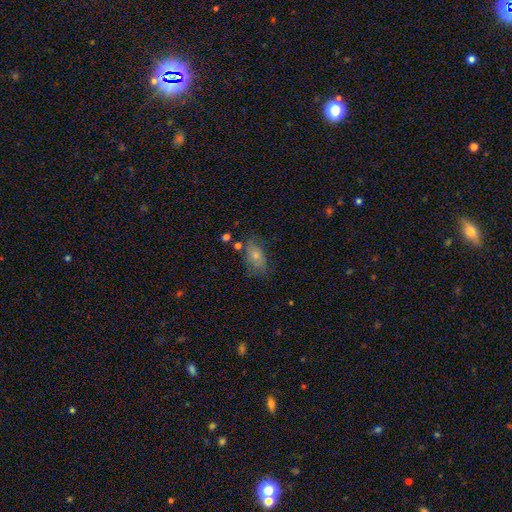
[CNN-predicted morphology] smooth-or-featured: smooth: 71% | featured or disk: 20% | star or artifact: 9%
  how-rounded: in between: 88% | round: 9% | cigar-shaped: 3%
  merging: none: 58% | minor disturbance: 26% | major disturbance: 11% | merger: 5%